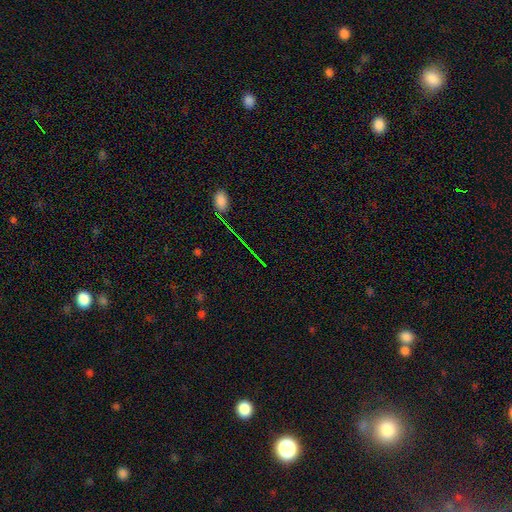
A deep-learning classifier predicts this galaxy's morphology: This is likely a star or artifact rather than a galaxy (70%).